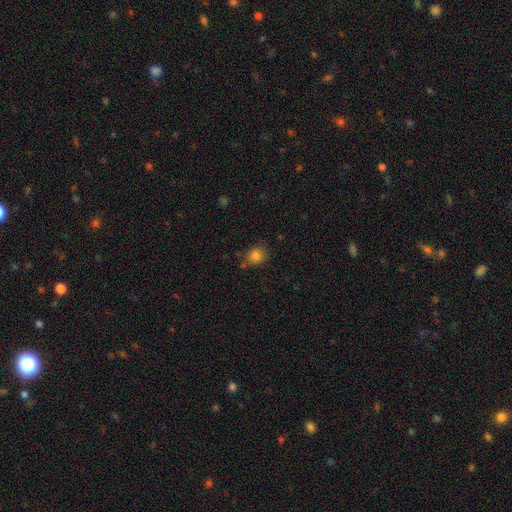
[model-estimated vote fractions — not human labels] smooth 83%, star or artifact 11%, featured or disk 6%. Down the decision tree: how rounded — round (75%); merging — none (70%).